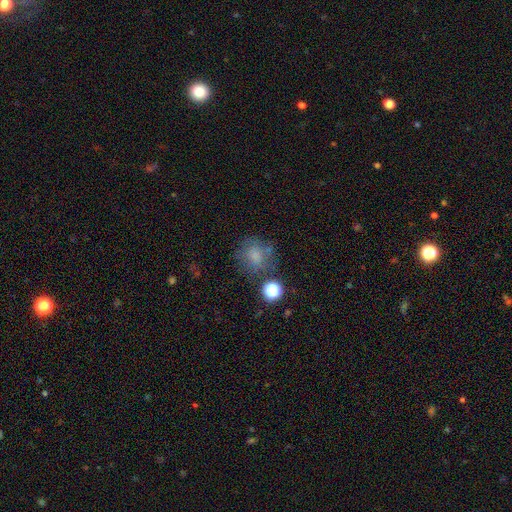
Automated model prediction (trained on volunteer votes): Smooth or featured? smooth (74%)
How rounded? round (81%)
Merging? none (64%)